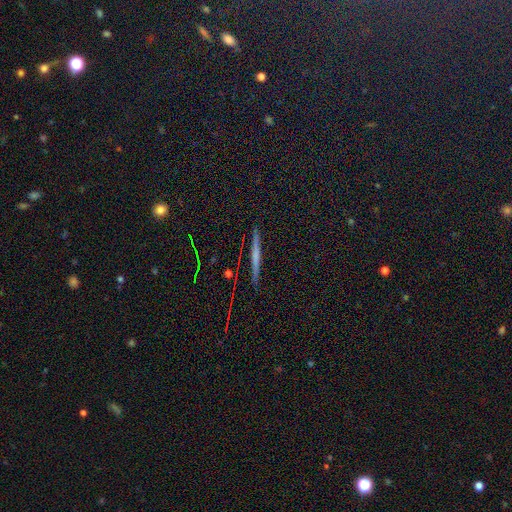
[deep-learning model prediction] This is possibly a featured or disk galaxy (51%). It is clearly viewed edge-on (97%). Merging: clearly none (91%).